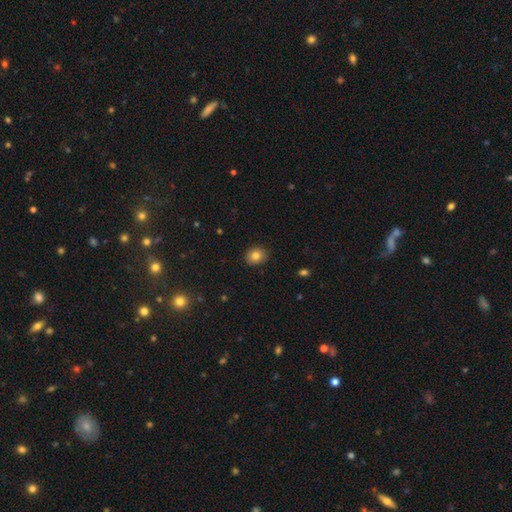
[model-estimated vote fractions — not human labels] Q: Smooth or featured?
A: smooth (82%); runner-up: star or artifact (10%)
Q: How rounded?
A: round (64%); runner-up: in between (35%)
Q: Merging?
A: none (89%); runner-up: minor disturbance (8%)